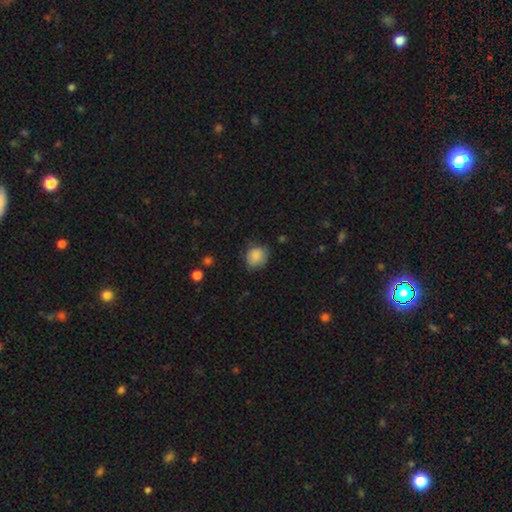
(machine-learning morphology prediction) Q: Smooth or featured?
A: smooth (85%); runner-up: star or artifact (8%)
Q: How rounded?
A: round (72%); runner-up: in between (27%)
Q: Merging?
A: none (68%); runner-up: minor disturbance (25%)